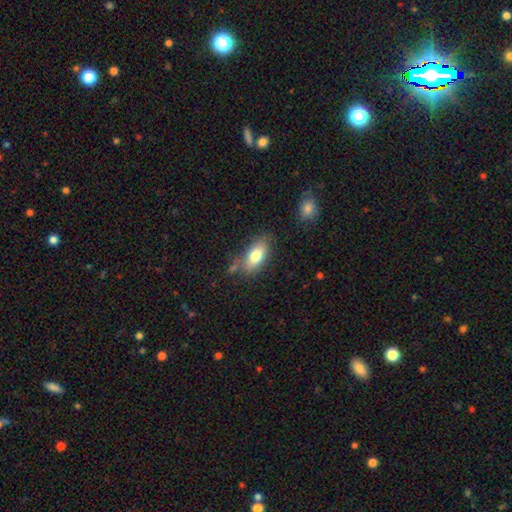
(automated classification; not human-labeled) Morphology: type=smooth (76%); roundness=in between (87%); merging=none (70%).